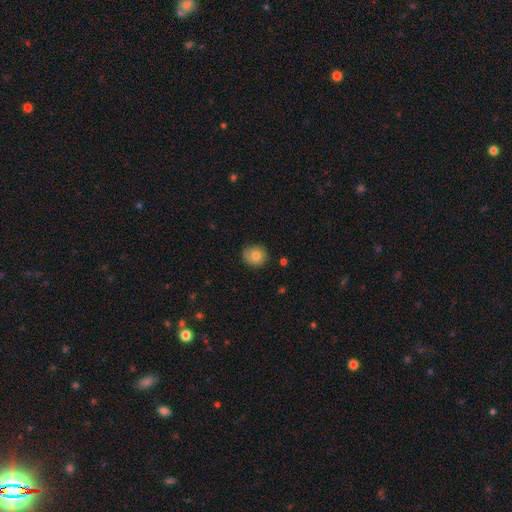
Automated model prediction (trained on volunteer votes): Q: Smooth or featured?
A: smooth (75%); runner-up: featured or disk (17%)
Q: How rounded?
A: round (85%); runner-up: in between (14%)
Q: Merging?
A: none (82%); runner-up: minor disturbance (14%)